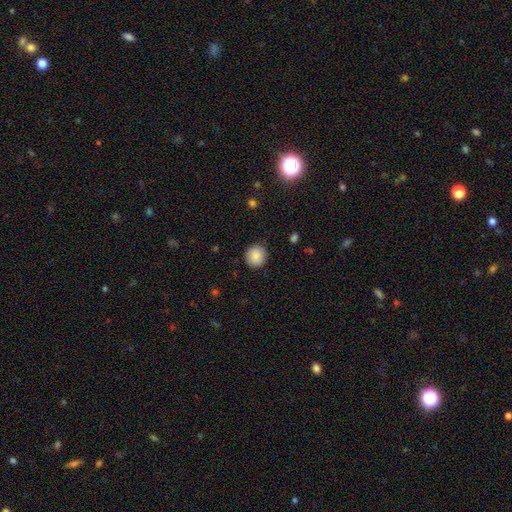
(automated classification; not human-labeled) Smooth or featured? smooth (87%)
How rounded? round (90%)
Merging? none (90%)